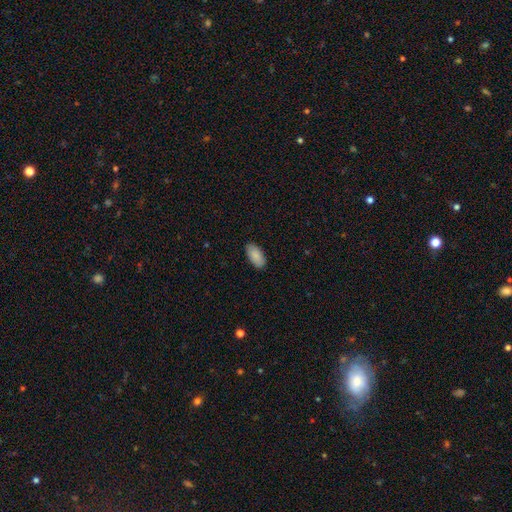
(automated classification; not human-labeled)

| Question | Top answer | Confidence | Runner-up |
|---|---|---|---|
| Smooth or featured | smooth | 89% | star or artifact (6%) |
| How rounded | in between | 94% | cigar-shaped (4%) |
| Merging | none | 88% | minor disturbance (9%) |